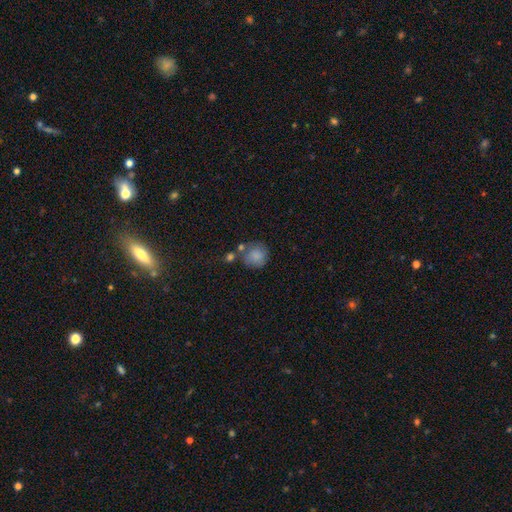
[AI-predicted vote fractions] Morphology: type=smooth (82%); roundness=round (88%); merging=none (58%).